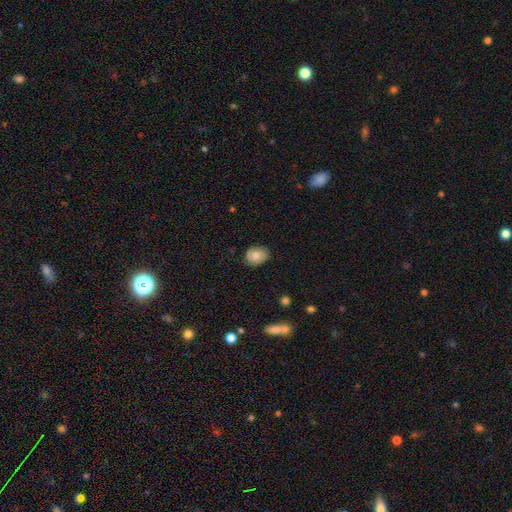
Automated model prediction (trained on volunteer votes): smooth 72%, featured or disk 19%, star or artifact 8%. Down the decision tree: how rounded — in between (58%); merging — none (76%).